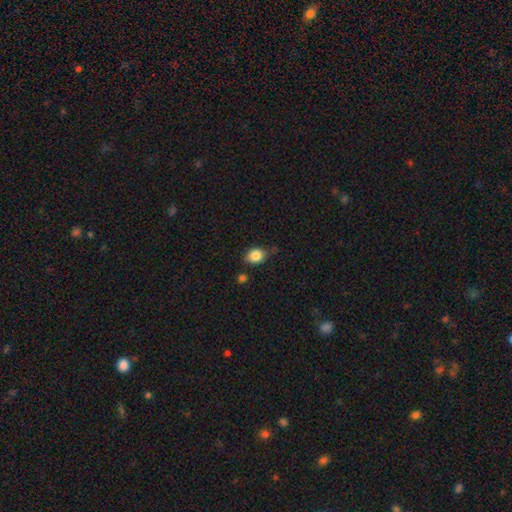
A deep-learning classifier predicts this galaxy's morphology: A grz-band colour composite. It shows a smooth galaxy with no disk features (85%) that is round (51%). Merging: none (68%).